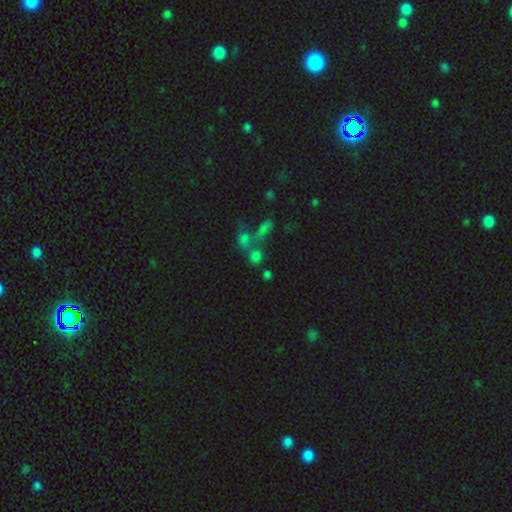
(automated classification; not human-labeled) Smooth or featured?
  - smooth: 63% *
  - star or artifact: 25%
  - featured or disk: 12%
How rounded?
  - round: 69% *
  - in between: 27%
  - cigar-shaped: 5%
Merging?
  - merger: 46% *
  - none: 39%
  - minor disturbance: 9%
  - major disturbance: 7%